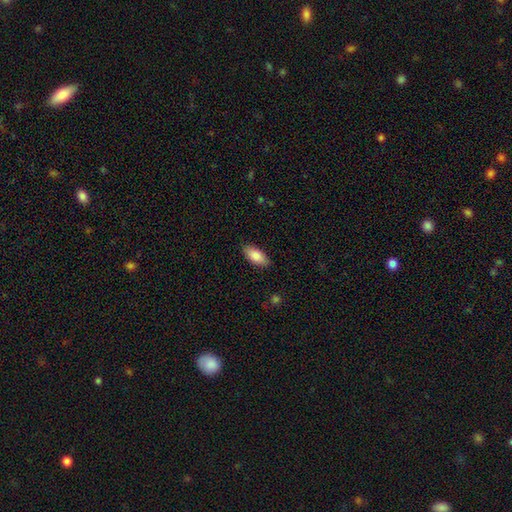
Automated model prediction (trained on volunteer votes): A smooth galaxy with no disk features (85%) that is in between round and cigar-shaped (89%).

Vote fractions:
- Smooth or featured? smooth: 85% / featured or disk: 8% / star or artifact: 6%
- How rounded? in between: 89% / cigar-shaped: 9% / round: 2%
- Merging? none: 86% / minor disturbance: 10% / major disturbance: 2% / merger: 1%